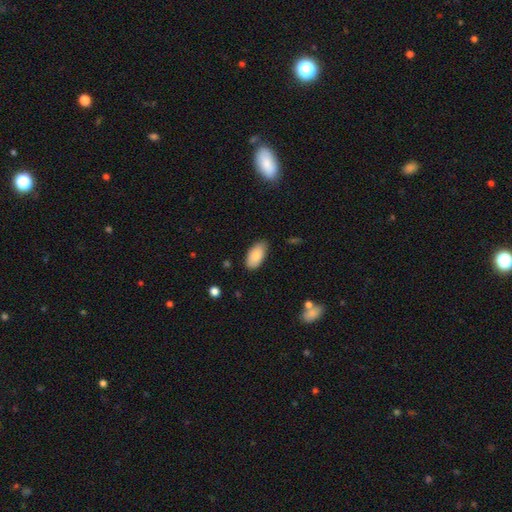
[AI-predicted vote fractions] Smooth or featured?
  - smooth: 84% *
  - featured or disk: 9%
  - star or artifact: 7%
How rounded?
  - in between: 94% *
  - cigar-shaped: 3%
  - round: 3%
Merging?
  - none: 80% *
  - minor disturbance: 16%
  - major disturbance: 3%
  - merger: 1%